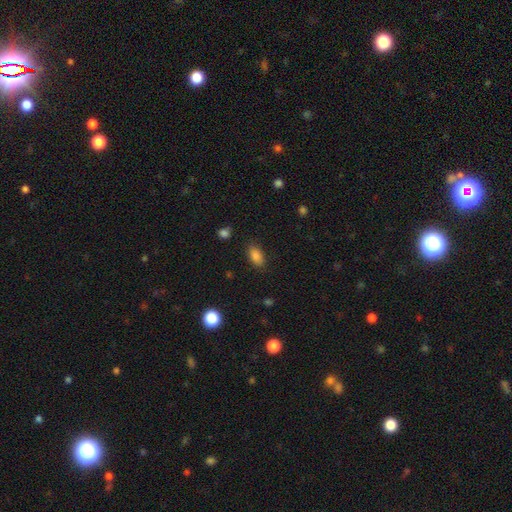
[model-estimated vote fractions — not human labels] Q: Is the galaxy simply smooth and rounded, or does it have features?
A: smooth — 85%.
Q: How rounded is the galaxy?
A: in between — 89%.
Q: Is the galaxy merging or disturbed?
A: none — 85%.